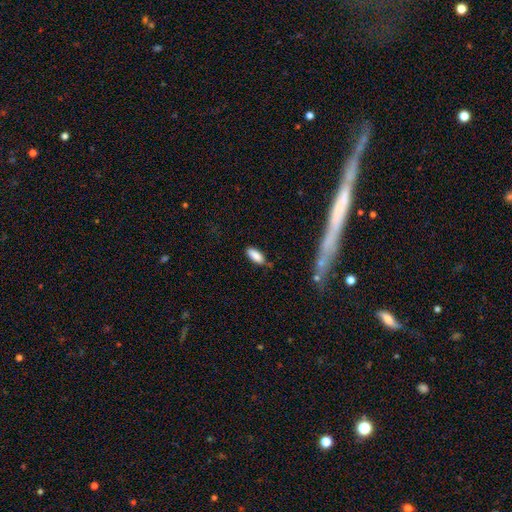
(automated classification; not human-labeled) The model was most divided on "merging": none: 71%, minor disturbance: 21%, major disturbance: 4%, merger: 4%. More confident: smooth or featured — smooth (86%); how rounded — in between (77%).